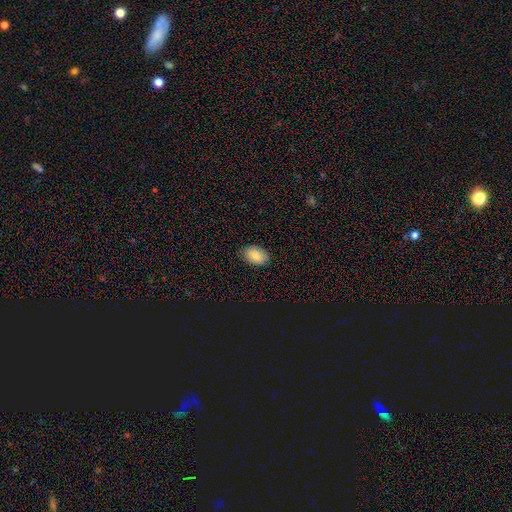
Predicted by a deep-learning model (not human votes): A smooth galaxy with no disk features (79%) that is in between round and cigar-shaped (85%).

Vote fractions:
- Smooth or featured? smooth: 79% / featured or disk: 13% / star or artifact: 8%
- How rounded? in between: 85% / round: 13% / cigar-shaped: 1%
- Merging? none: 85% / minor disturbance: 12% / major disturbance: 2% / merger: 1%